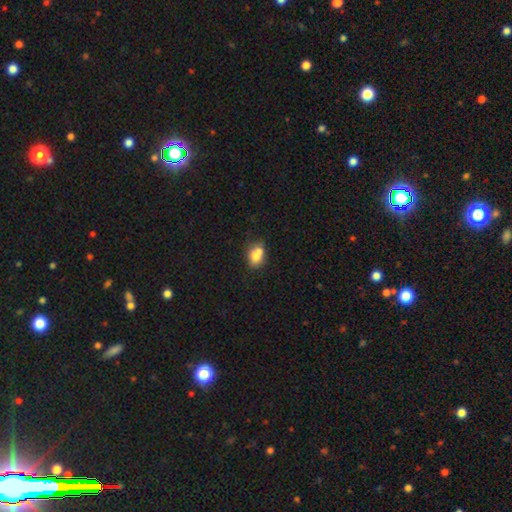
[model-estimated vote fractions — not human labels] smooth 72%, featured or disk 18%, star or artifact 10%. Down the decision tree: how rounded — in between (56%); merging — merger (44%).